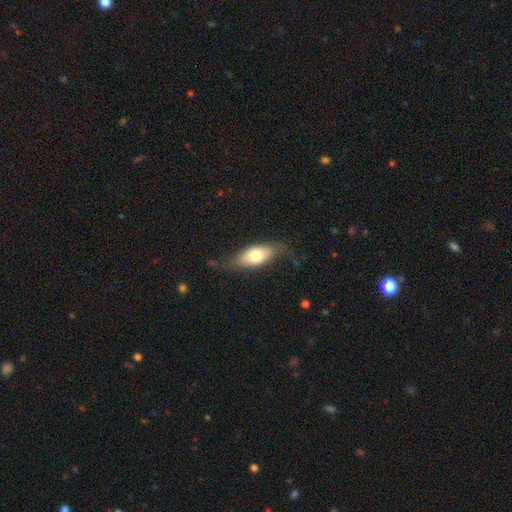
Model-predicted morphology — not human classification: A smooth galaxy with no disk features (69%) that is in between round and cigar-shaped (83%).

Vote fractions:
- Smooth or featured? smooth: 69% / featured or disk: 25% / star or artifact: 6%
- How rounded? in between: 83% / cigar-shaped: 13% / round: 3%
- Merging? none: 66% / minor disturbance: 23% / major disturbance: 9% / merger: 2%